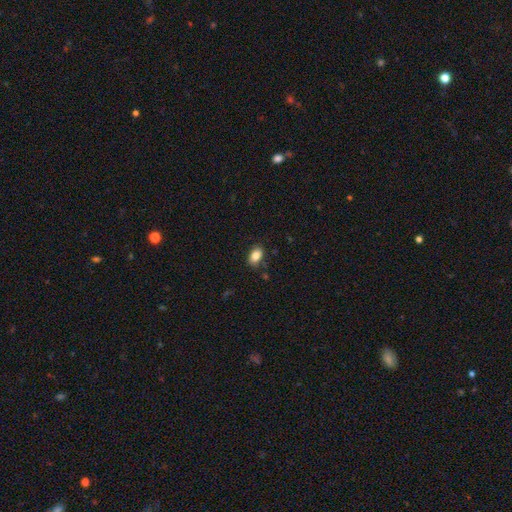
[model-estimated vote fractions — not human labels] Smooth or featured? Predicted: smooth (p=0.84). How rounded? Predicted: in between (p=0.88). Merging? Predicted: none (p=0.85).